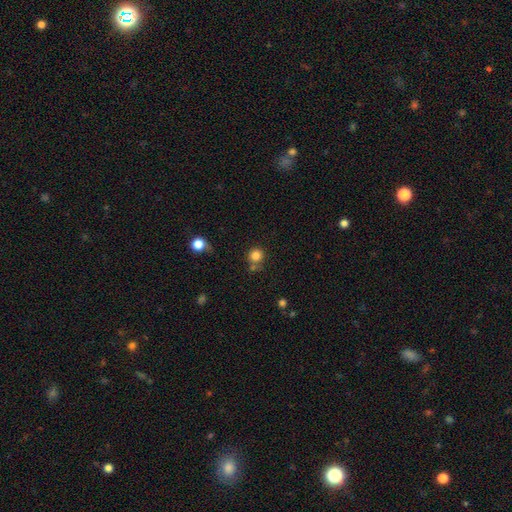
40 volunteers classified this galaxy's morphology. smooth-or-featured: smooth: 95% | star or artifact: 5% | featured or disk: 0%
  how-rounded: round: 97% | in between: 3% | cigar-shaped: 0%
  merging: none: 58% | merger: 24% | minor disturbance: 18% | major disturbance: 0%